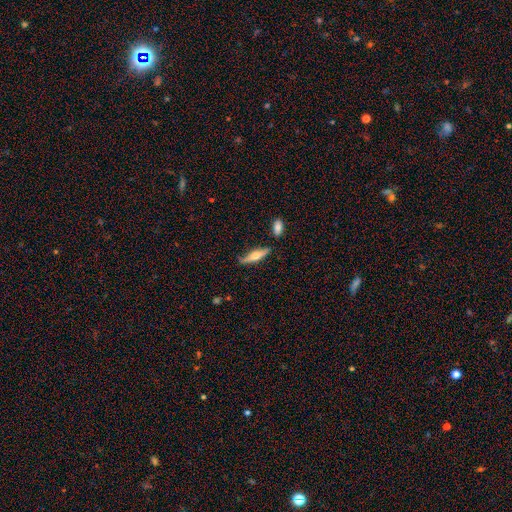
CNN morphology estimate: The model was most divided on "smooth or featured": featured or disk: 51%, smooth: 43%, star or artifact: 6%. More confident: edge-on disk — yes (93%); merging — none (79%).